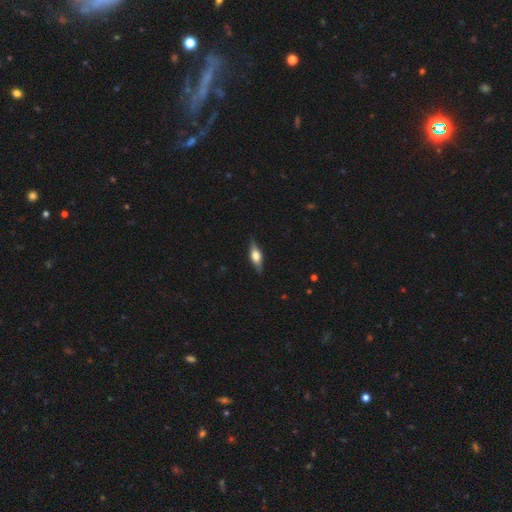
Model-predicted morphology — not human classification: This appears to be a featured or disk galaxy (61%) viewed edge-on (95%) with a rounded central bulge (89%). Merging: none (86%).